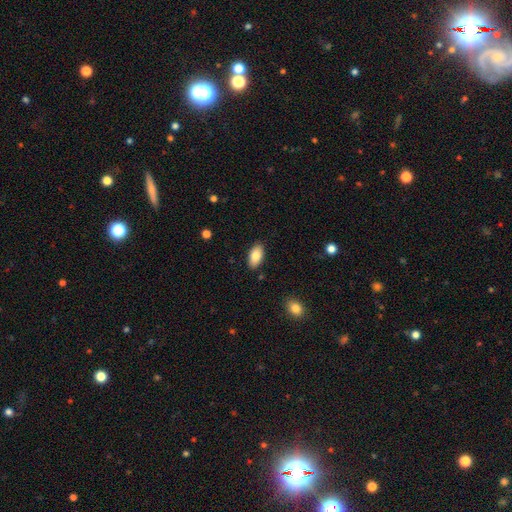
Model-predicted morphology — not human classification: smooth_or_featured: smooth (p=0.81) [alt: featured or disk p=0.12]
how_rounded: in between (p=0.93) [alt: cigar-shaped p=0.04]
merging: none (p=0.88) [alt: minor disturbance p=0.09]